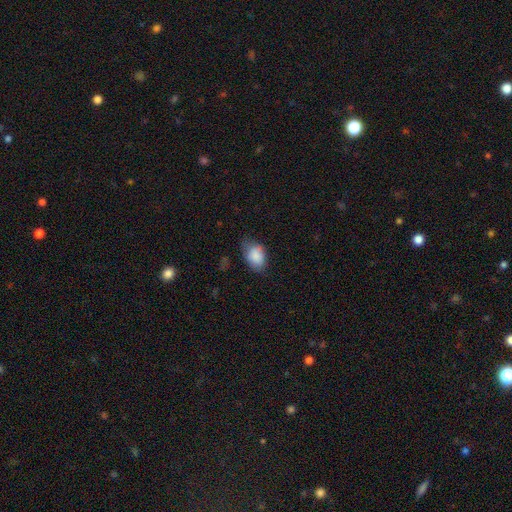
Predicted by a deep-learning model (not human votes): smooth_or_featured: smooth (p=0.85) [alt: featured or disk p=0.07]
how_rounded: in between (p=0.83) [alt: round p=0.15]
merging: none (p=0.54) [alt: minor disturbance p=0.34]